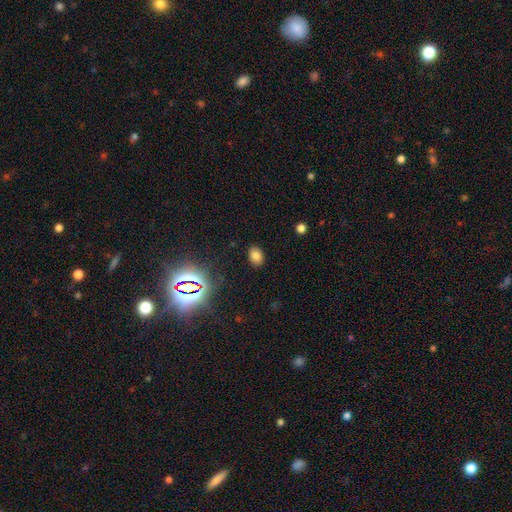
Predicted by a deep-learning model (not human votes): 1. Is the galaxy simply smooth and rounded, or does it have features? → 76% smooth, 17% star or artifact, 7% featured or disk.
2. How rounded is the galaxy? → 72% in between, 27% round, 1% cigar-shaped.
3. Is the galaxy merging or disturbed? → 88% none, 8% minor disturbance, 3% major disturbance, 1% merger.